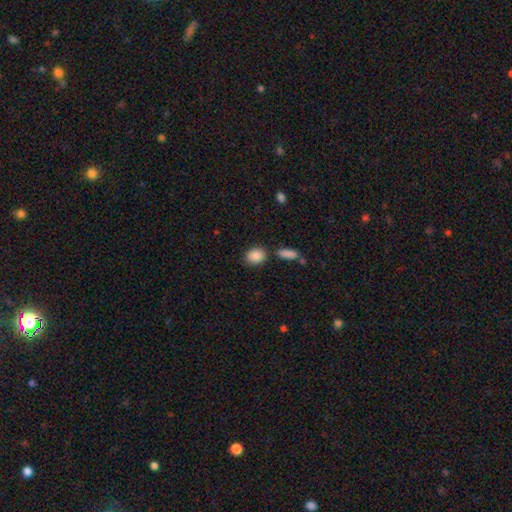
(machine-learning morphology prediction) Smooth or featured? smooth (89%)
How rounded? in between (64%)
Merging? none (77%)